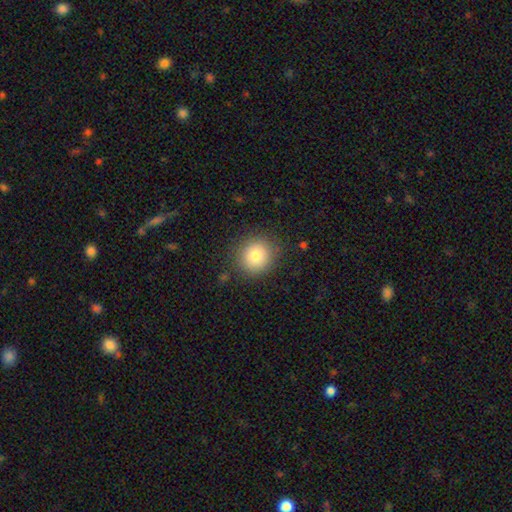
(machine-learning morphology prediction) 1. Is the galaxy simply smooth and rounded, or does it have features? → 80% smooth, 10% star or artifact, 9% featured or disk.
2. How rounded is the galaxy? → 88% round, 11% in between, 1% cigar-shaped.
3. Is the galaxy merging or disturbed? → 86% none, 9% minor disturbance, 3% major disturbance, 1% merger.